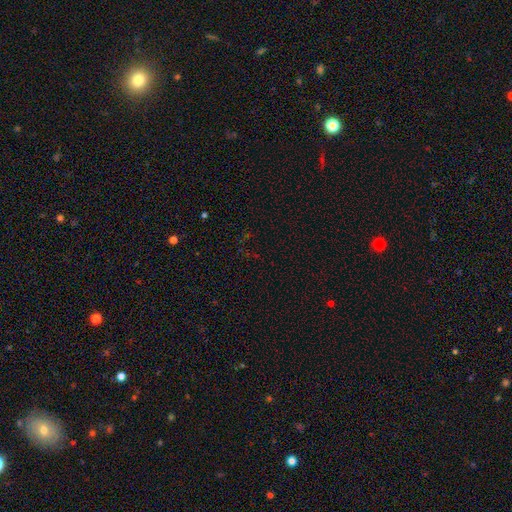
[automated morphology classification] star or artifact 69%, smooth 23%, featured or disk 8%.